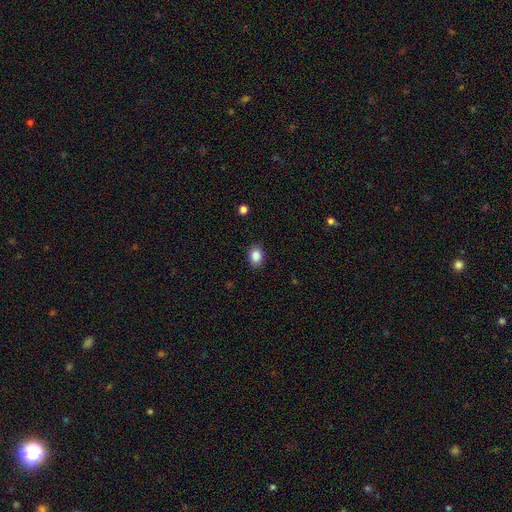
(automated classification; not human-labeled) The model was most divided on "how rounded": in between: 65%, round: 34%, cigar-shaped: 1%. More confident: smooth or featured — smooth (87%); merging — none (87%).